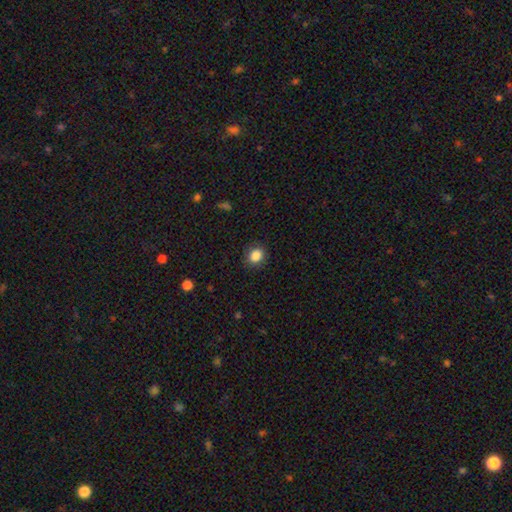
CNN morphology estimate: Smooth or featured?
  - smooth: 86% *
  - star or artifact: 10%
  - featured or disk: 4%
How rounded?
  - round: 60% *
  - in between: 39%
  - cigar-shaped: 1%
Merging?
  - none: 87% *
  - minor disturbance: 9%
  - major disturbance: 3%
  - merger: 1%